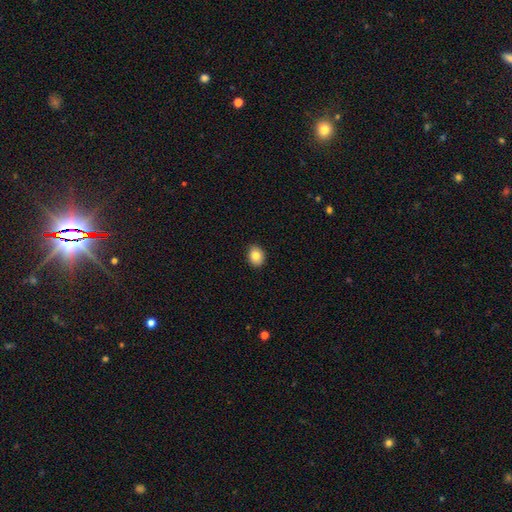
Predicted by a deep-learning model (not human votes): Smooth or featured: smooth — 84% (star or artifact — 8%)
How rounded: in between — 53% (round — 46%)
Merging: none — 89% (minor disturbance — 8%)